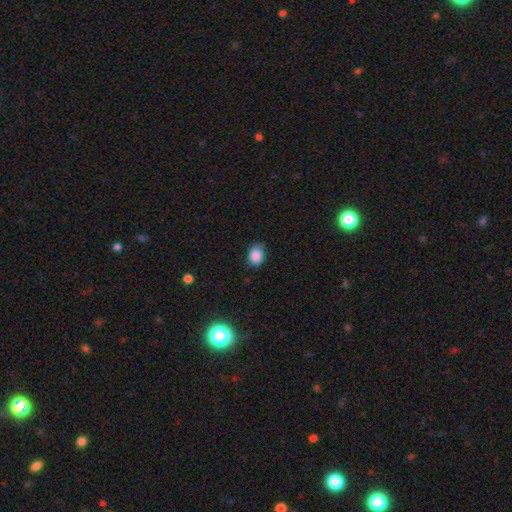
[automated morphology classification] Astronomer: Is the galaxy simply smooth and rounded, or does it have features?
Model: smooth — 87%.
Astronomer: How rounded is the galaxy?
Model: in between — 57% (runner-up: round, 43%).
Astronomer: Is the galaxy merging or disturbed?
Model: none — 74%.